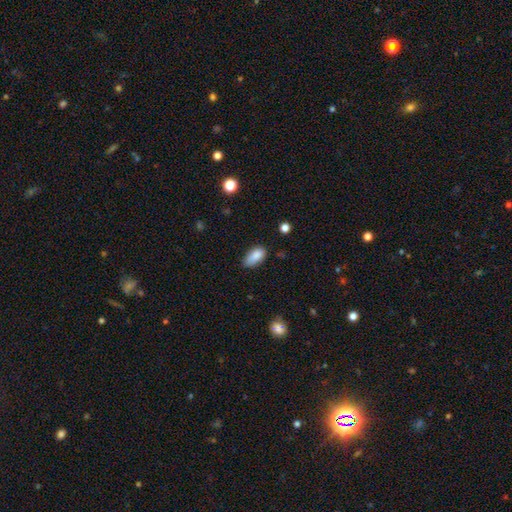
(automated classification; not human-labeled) smooth_or_featured: smooth (p=0.86) [alt: star or artifact p=0.08]
how_rounded: in between (p=0.91) [alt: cigar-shaped p=0.05]
merging: none (p=0.63) [alt: minor disturbance p=0.29]